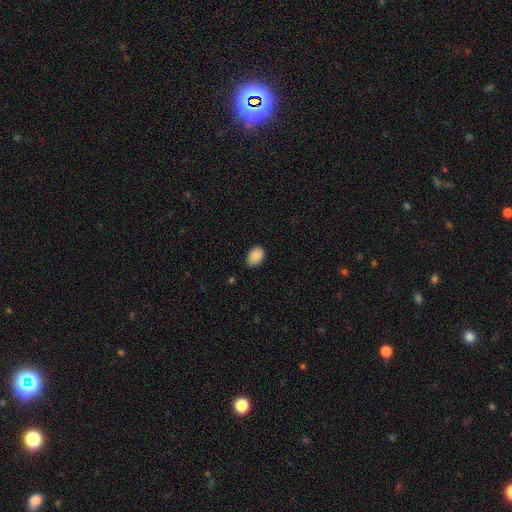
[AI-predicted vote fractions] Overall: smooth (89%). How rounded: in between (79%). Merging: none (80%).